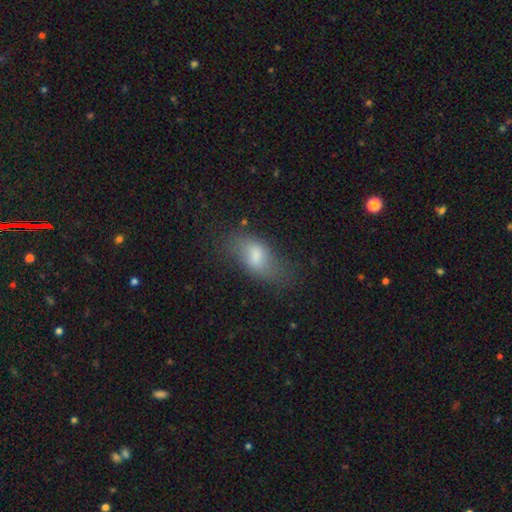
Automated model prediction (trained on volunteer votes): The model was most divided on "merging": none: 57%, minor disturbance: 26%, major disturbance: 14%, merger: 3%. More confident: how rounded — in between (87%); smooth or featured — smooth (70%).